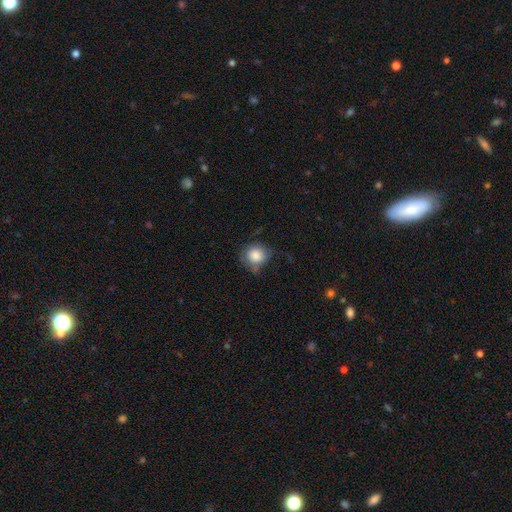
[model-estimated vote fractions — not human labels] Smooth or featured? smooth (83%)
How rounded? round (81%)
Merging? none (55%)